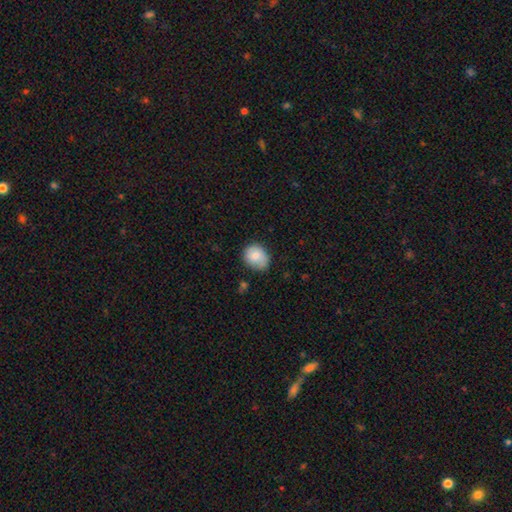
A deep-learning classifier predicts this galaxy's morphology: A smooth galaxy with no disk features (81%) that is round (60%).

Vote fractions:
- Smooth or featured? smooth: 81% / featured or disk: 11% / star or artifact: 8%
- How rounded? round: 60% / in between: 39% / cigar-shaped: 1%
- Merging? none: 66% / minor disturbance: 26% / major disturbance: 5% / merger: 3%